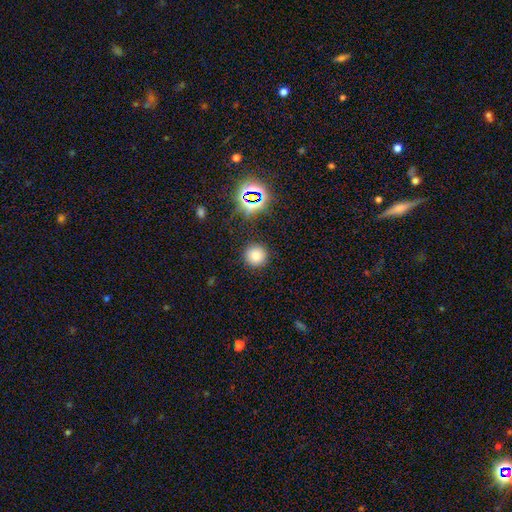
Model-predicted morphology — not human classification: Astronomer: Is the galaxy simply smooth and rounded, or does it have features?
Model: smooth — 73%.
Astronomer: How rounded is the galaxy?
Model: round — 95%.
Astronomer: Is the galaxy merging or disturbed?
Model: none — 90%.